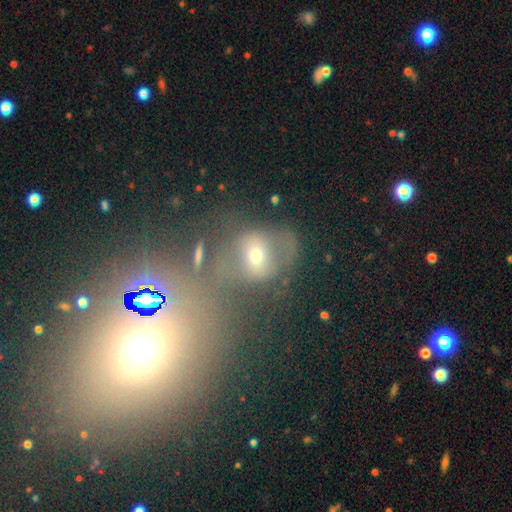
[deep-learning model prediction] smooth_or_featured: featured or disk (p=0.42) [alt: smooth p=0.32]
merging: none (p=0.46) [alt: major disturbance p=0.21]